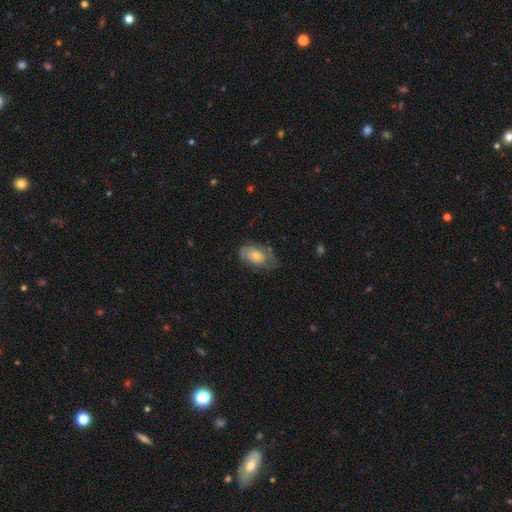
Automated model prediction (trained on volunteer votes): Overall: featured or disk (52%; smooth 40%). Edge-on disk: no (94%). Merging: none (57%; minor disturbance 28%).